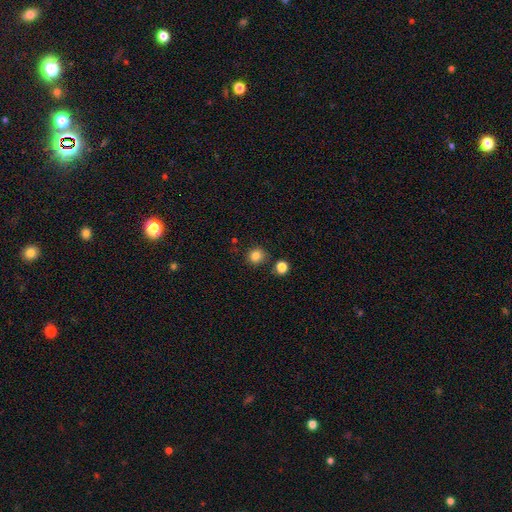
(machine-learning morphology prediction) A smooth galaxy with no disk features (84%) that is round (86%).

Vote fractions:
- Smooth or featured? smooth: 84% / star or artifact: 12% / featured or disk: 4%
- How rounded? round: 86% / in between: 13% / cigar-shaped: 1%
- Merging? none: 82% / minor disturbance: 9% / merger: 6% / major disturbance: 3%